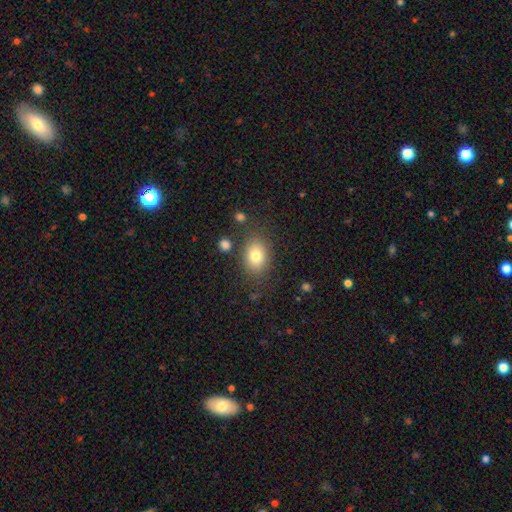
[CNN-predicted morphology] This is clearly a smooth galaxy (80%). How rounded: likely in between (72%). Merging: clearly none (80%).